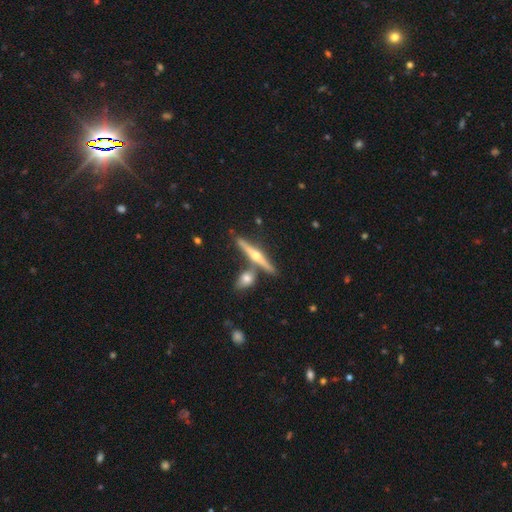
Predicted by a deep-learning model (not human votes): featured or disk 75%, smooth 19%, star or artifact 6%. Down the decision tree: edge-on disk — yes (97%); edge-on bulge — rounded (93%); merging — none (75%).